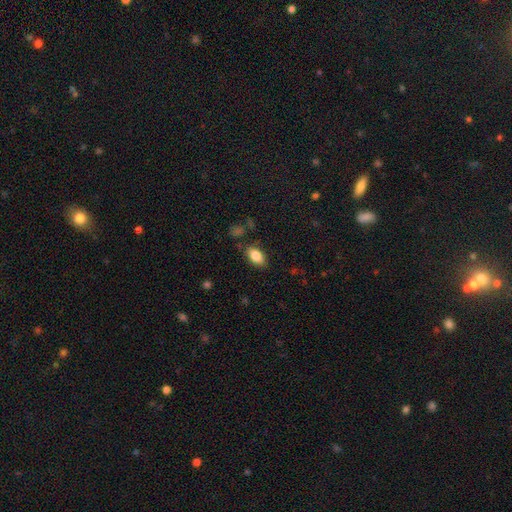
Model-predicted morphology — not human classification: Smooth or featured: smooth — 84% (featured or disk — 9%)
How rounded: in between — 92% (round — 6%)
Merging: none — 82% (minor disturbance — 13%)